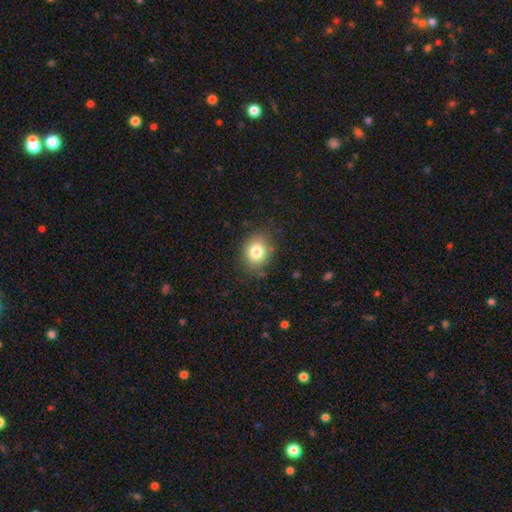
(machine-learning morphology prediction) Smooth or featured?
  - smooth: 80% *
  - star or artifact: 12%
  - featured or disk: 8%
How rounded?
  - round: 63% *
  - in between: 36%
  - cigar-shaped: 1%
Merging?
  - none: 85% *
  - minor disturbance: 11%
  - major disturbance: 3%
  - merger: 1%